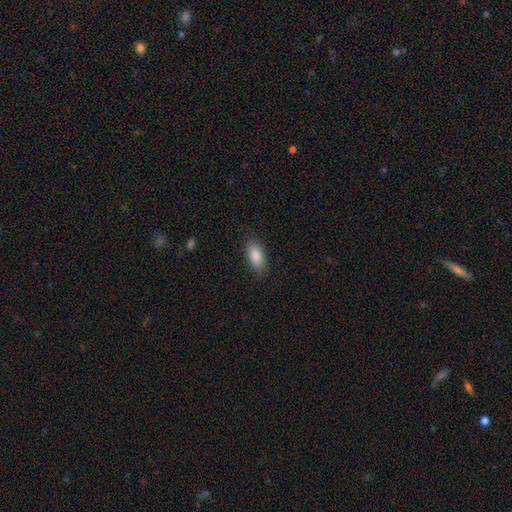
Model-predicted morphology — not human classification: Smooth or featured? Predicted: smooth (p=0.87). How rounded? Predicted: in between (p=0.87). Merging? Predicted: none (p=0.86).